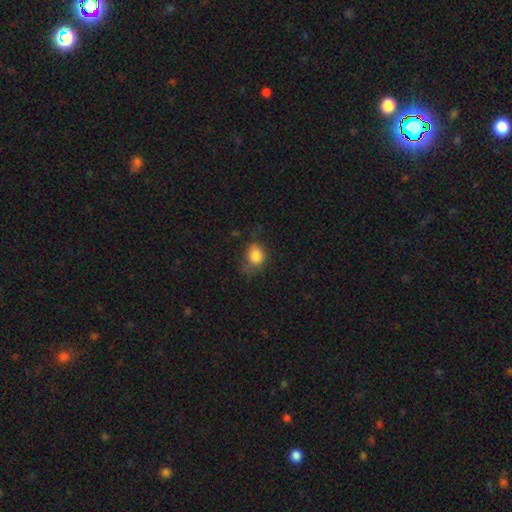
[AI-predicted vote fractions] A smooth galaxy with no disk features (83%) that is round (52%). Merging: none (52%).